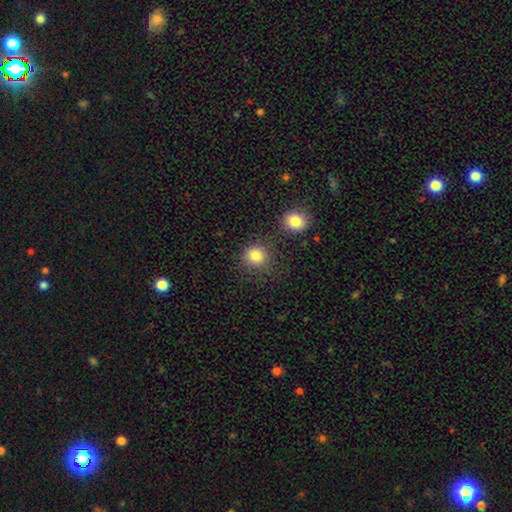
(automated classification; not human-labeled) Smooth or featured? smooth (83%)
How rounded? round (88%)
Merging? none (78%)